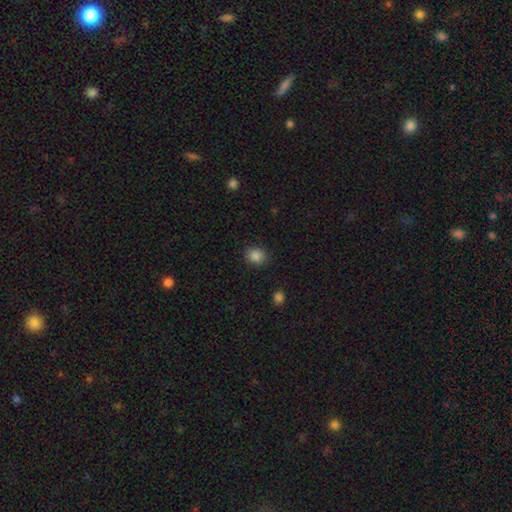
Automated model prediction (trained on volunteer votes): smooth_or_featured: smooth (p=0.86) [alt: star or artifact p=0.11]
how_rounded: round (p=0.70) [alt: in between p=0.29]
merging: none (p=0.88) [alt: minor disturbance p=0.08]